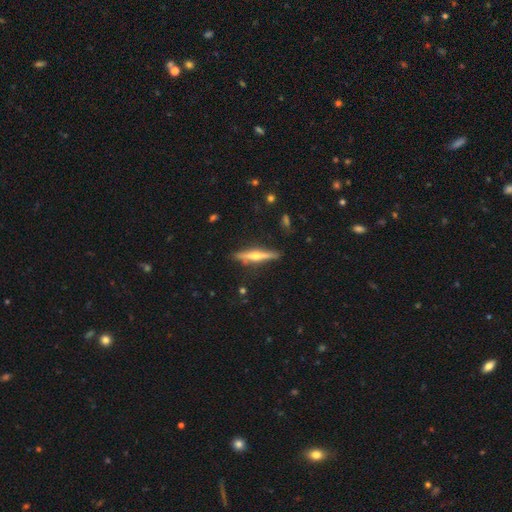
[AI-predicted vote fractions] This appears to be a featured or disk galaxy (69%) viewed edge-on (97%) with a rounded central bulge (89%). Merging: none (88%).